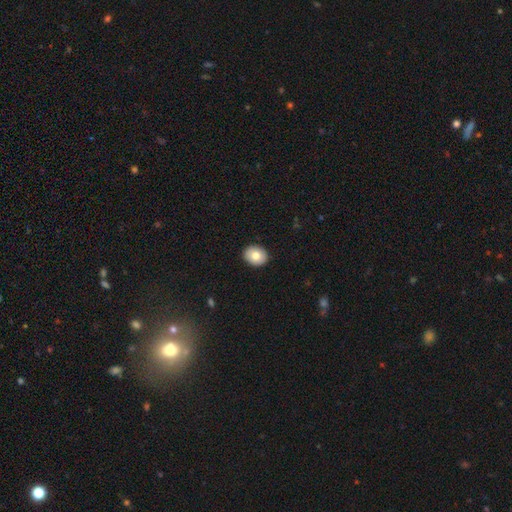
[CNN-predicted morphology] Smooth or featured: smooth — 78% (featured or disk — 14%)
How rounded: round — 57% (in between — 43%)
Merging: none — 91% (minor disturbance — 7%)